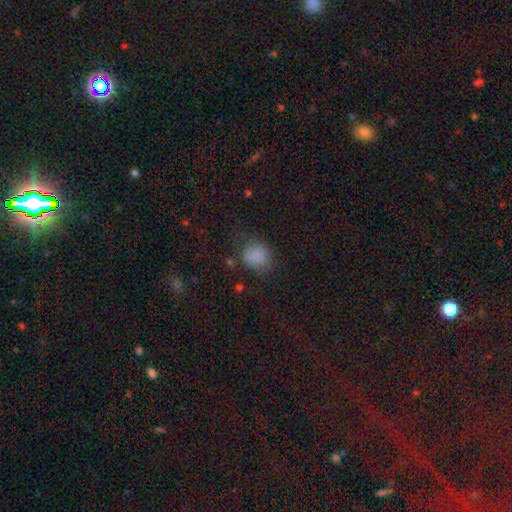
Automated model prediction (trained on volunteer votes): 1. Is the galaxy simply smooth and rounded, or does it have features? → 84% smooth, 11% star or artifact, 5% featured or disk.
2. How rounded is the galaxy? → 72% round, 27% in between, 1% cigar-shaped.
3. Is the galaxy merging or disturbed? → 72% none, 19% minor disturbance, 8% major disturbance, 2% merger.